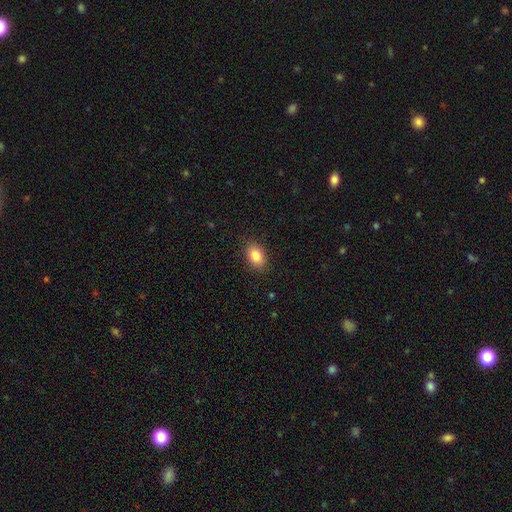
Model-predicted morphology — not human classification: smooth_or_featured: smooth (p=0.85) [alt: star or artifact p=0.08]
how_rounded: in between (p=0.85) [alt: round p=0.13]
merging: none (p=0.87) [alt: minor disturbance p=0.09]